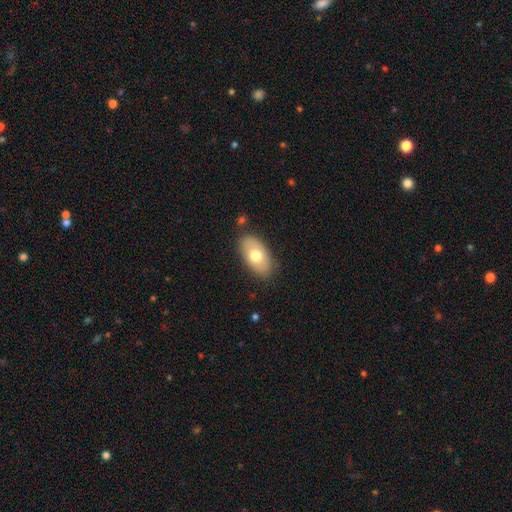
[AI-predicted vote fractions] This is likely a smooth galaxy (70%). How rounded: clearly in between (93%). Merging: clearly none (82%).